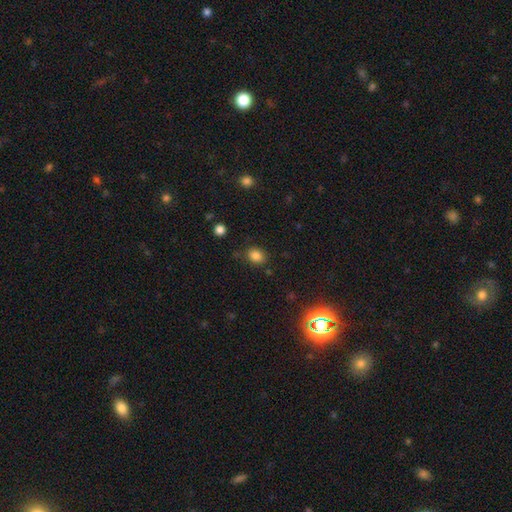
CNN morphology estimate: type=smooth (83%); roundness=round (54%); merging=none (80%).